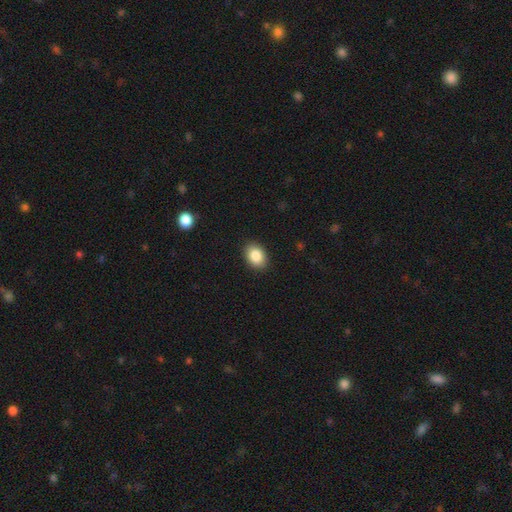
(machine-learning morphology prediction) Smooth or featured: smooth — 86% (star or artifact — 8%)
How rounded: in between — 74% (round — 25%)
Merging: none — 90% (minor disturbance — 7%)